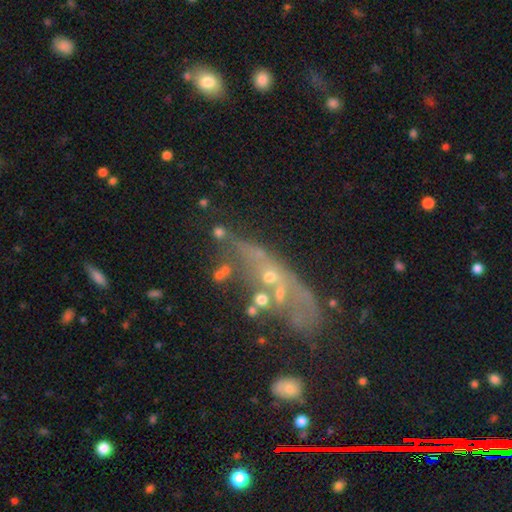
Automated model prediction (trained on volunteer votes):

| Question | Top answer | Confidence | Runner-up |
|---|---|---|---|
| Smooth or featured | featured or disk | 54% | smooth (25%) |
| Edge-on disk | no | 74% | yes (26%) |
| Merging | none | 40% | merger (21%) |